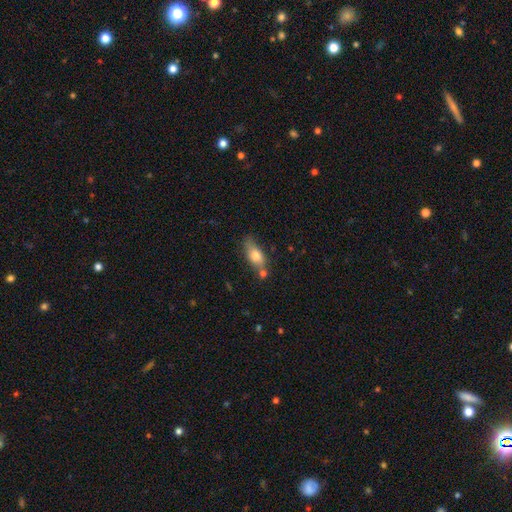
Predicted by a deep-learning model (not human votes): Smooth or featured? smooth (74%)
How rounded? in between (80%)
Merging? none (55%)